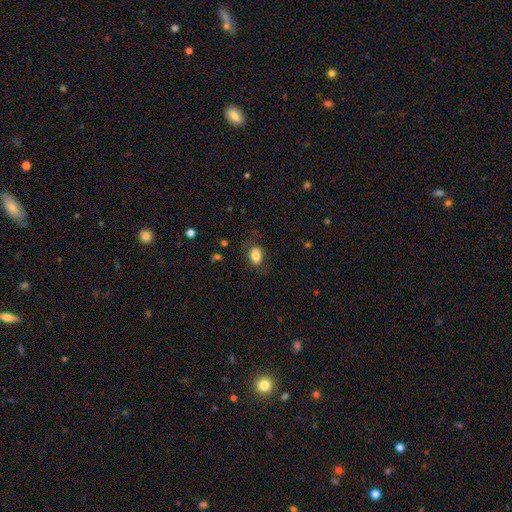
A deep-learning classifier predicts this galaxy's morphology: smooth 80%, featured or disk 12%, star or artifact 8%. Down the decision tree: how rounded — in between (80%); merging — none (69%).